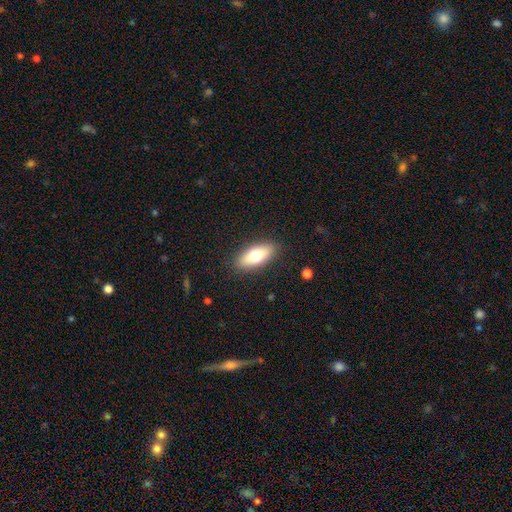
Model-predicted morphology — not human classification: Smooth or featured?
  - smooth: 70% *
  - featured or disk: 23%
  - star or artifact: 7%
How rounded?
  - in between: 76% *
  - cigar-shaped: 20%
  - round: 3%
Merging?
  - none: 88% *
  - minor disturbance: 9%
  - major disturbance: 2%
  - merger: 1%